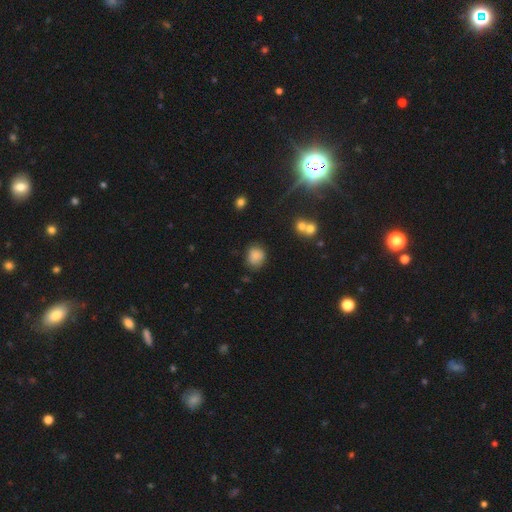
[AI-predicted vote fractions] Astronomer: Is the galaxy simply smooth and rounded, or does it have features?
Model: smooth — 82%.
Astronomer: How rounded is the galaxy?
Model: round — 70%.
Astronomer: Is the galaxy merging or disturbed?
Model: none — 71%.